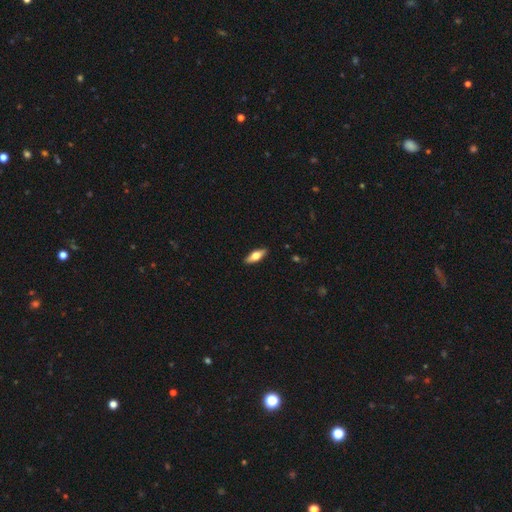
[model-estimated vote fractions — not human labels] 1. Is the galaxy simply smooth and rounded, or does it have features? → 54% smooth, 40% featured or disk, 6% star or artifact.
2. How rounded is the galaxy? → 65% in between, 32% cigar-shaped, 3% round.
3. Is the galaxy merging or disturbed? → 89% none, 8% minor disturbance, 2% major disturbance, 1% merger.